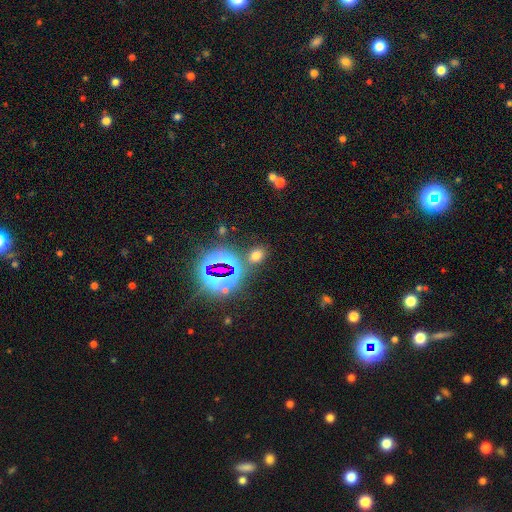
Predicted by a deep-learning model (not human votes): Smooth or featured? Predicted: smooth (p=0.56). How rounded? Predicted: in between (p=0.62). Merging? Predicted: none (p=0.79).